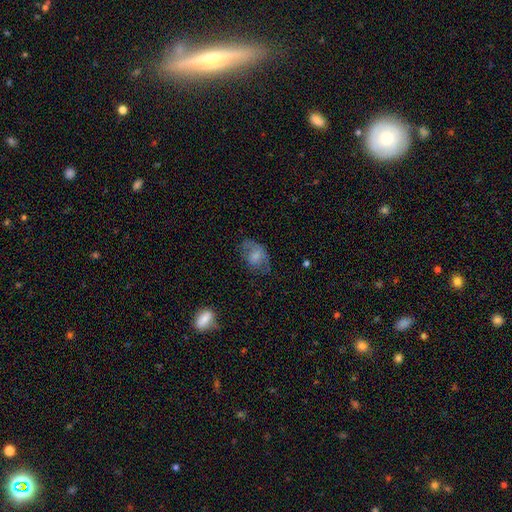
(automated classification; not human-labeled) Morphology: type=smooth (62%); roundness=in between (79%); merging=none (46%).